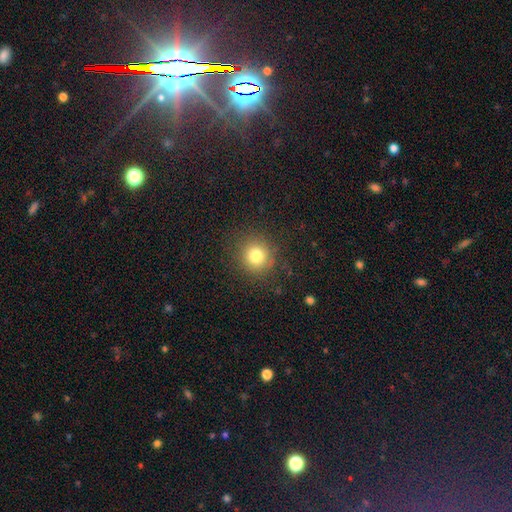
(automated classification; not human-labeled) Q: Smooth or featured?
A: smooth (78%); runner-up: star or artifact (14%)
Q: How rounded?
A: round (90%); runner-up: in between (9%)
Q: Merging?
A: none (86%); runner-up: minor disturbance (9%)